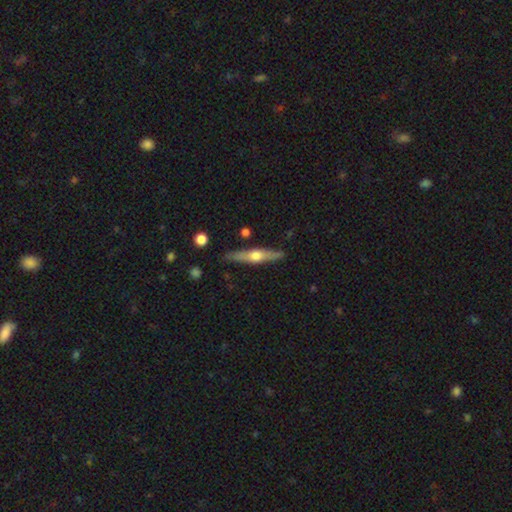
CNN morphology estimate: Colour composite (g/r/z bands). It shows a featured or disk galaxy (67%) viewed edge-on (96%) with a rounded central bulge (94%). Merging: none (87%).